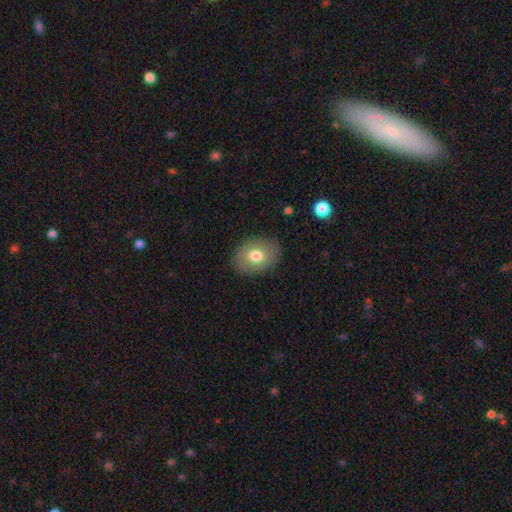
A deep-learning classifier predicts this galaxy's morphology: Smooth or featured? Predicted: smooth (p=0.73). How rounded? Predicted: in between (p=0.68). Merging? Predicted: none (p=0.86).